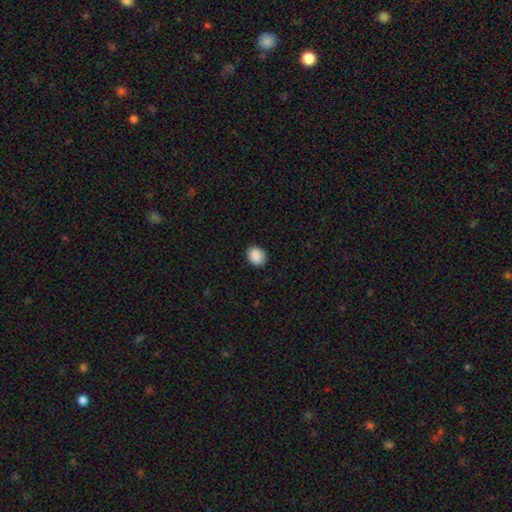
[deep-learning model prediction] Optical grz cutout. It shows a smooth galaxy with no disk features (89%) that is round (51%). Merging: none (85%).